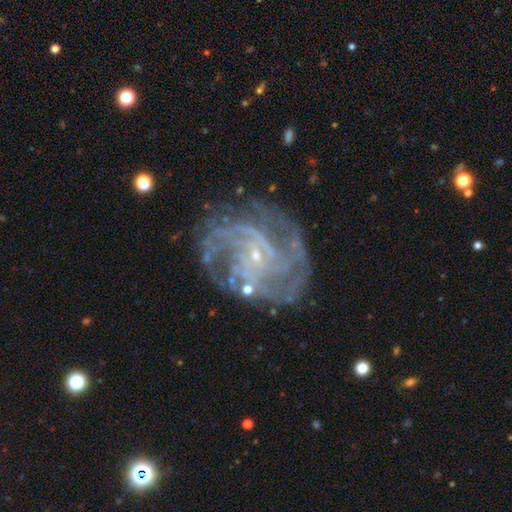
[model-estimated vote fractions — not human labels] This is clearly a featured or disk galaxy (89%). It is clearly not viewed edge-on (98%). Bar: possibly no (58%). Spiral arm pattern: clearly yes (97%). Spiral arm count: marginally 4 (22%, tied with 3). Spiral winding: possibly tight (55%). Central bulge: clearly small (86%). Merging: likely none (71%).